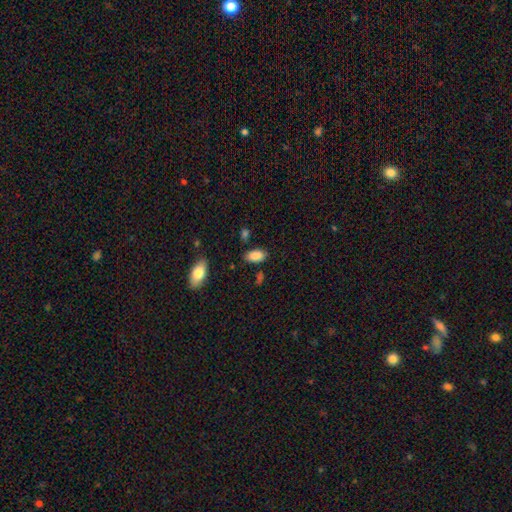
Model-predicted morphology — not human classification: A smooth galaxy with no disk features (88%) that is in between round and cigar-shaped (93%). Merging: none (80%).